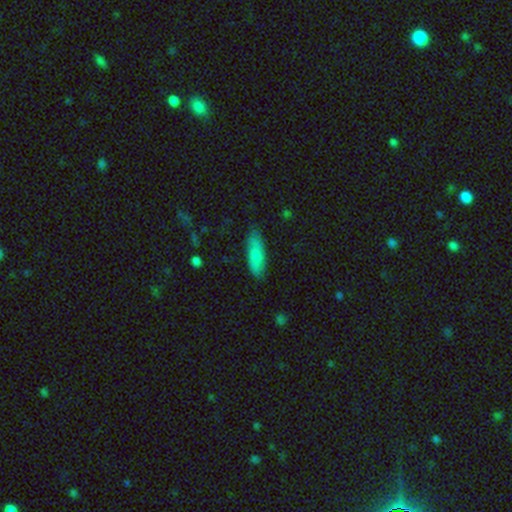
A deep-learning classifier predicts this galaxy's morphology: smooth-or-featured: smooth: 77% | featured or disk: 17% | star or artifact: 6%
  how-rounded: in between: 56% | cigar-shaped: 42% | round: 2%
  merging: none: 79% | minor disturbance: 17% | major disturbance: 3% | merger: 1%